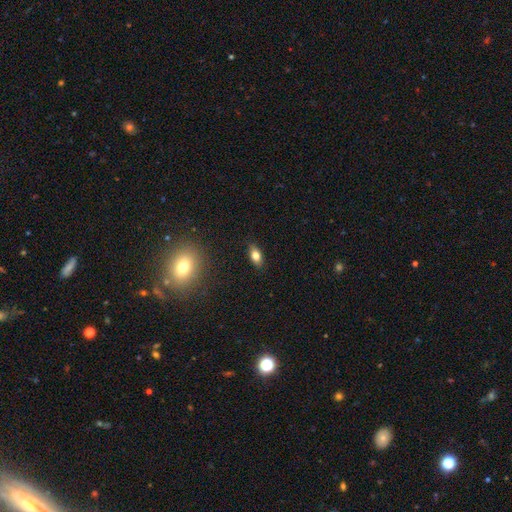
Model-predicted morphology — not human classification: A smooth galaxy with no disk features (78%) that is in between round and cigar-shaped (86%). Merging: none (87%).